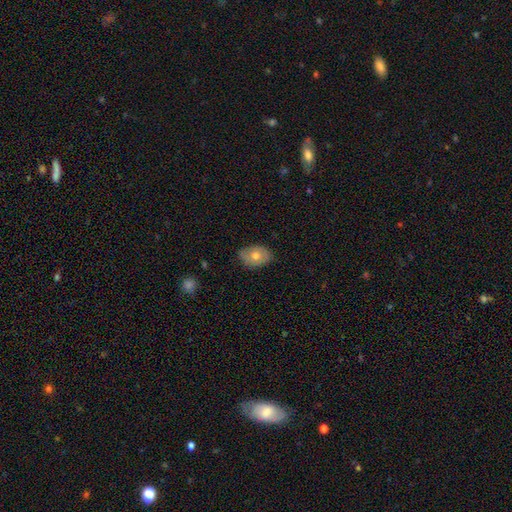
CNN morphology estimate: A smooth galaxy with no disk features (63%) that is in between round and cigar-shaped (78%).

Vote fractions:
- Smooth or featured? smooth: 63% / featured or disk: 29% / star or artifact: 7%
- How rounded? in between: 78% / round: 21% / cigar-shaped: 1%
- Merging? none: 75% / minor disturbance: 21% / major disturbance: 3% / merger: 1%